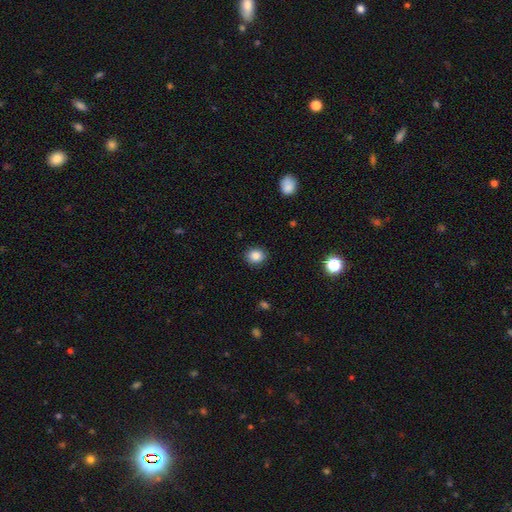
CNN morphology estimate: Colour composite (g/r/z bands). It shows a smooth galaxy with no disk features (85%) that is round (66%). Merging: none (89%).